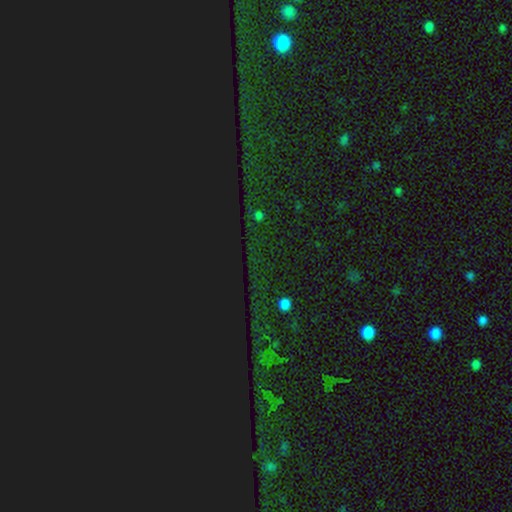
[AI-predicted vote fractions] star or artifact 83%, smooth 9%, featured or disk 8%.